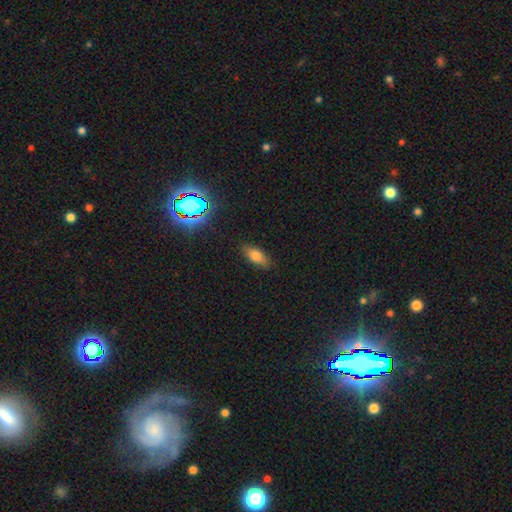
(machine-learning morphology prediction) The model was most divided on "smooth or featured": smooth: 73%, featured or disk: 16%, star or artifact: 12%. More confident: merging — none (85%); how rounded — in between (79%).